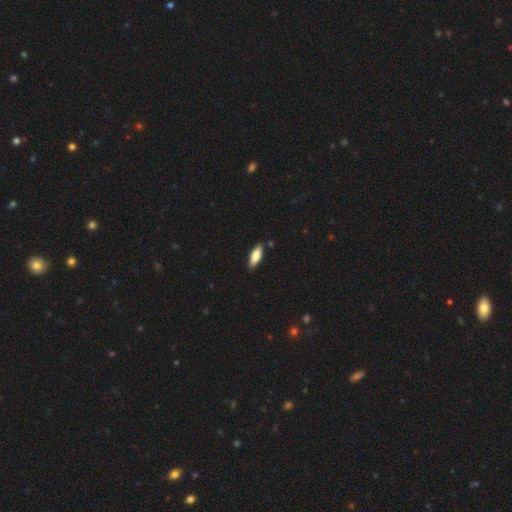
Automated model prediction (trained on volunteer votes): A smooth galaxy with no disk features (80%) that is in between round and cigar-shaped (69%). Merging: none (87%).